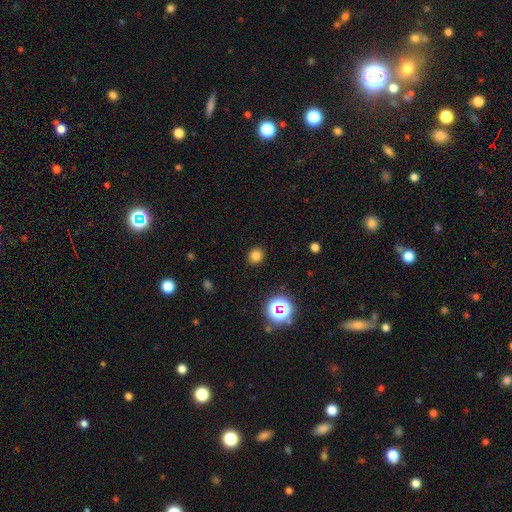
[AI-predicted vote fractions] This is likely a smooth galaxy (78%). How rounded: clearly round (81%). Merging: clearly none (90%).